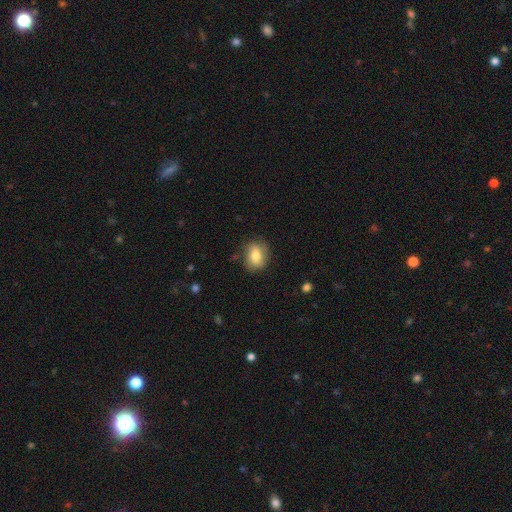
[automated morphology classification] This is likely a smooth galaxy (73%). How rounded: likely in between (63%). Merging: likely none (76%).